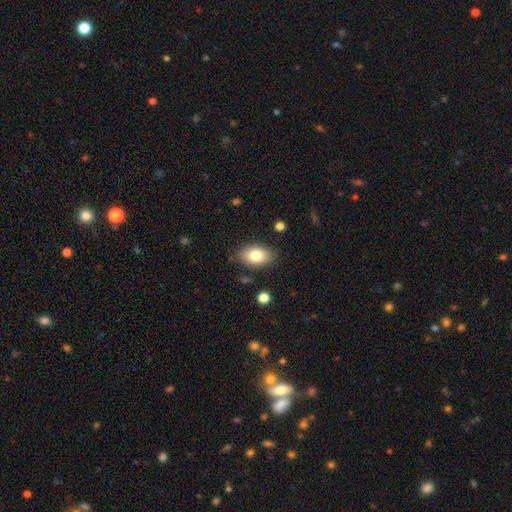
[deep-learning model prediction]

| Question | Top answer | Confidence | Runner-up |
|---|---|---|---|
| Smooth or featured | smooth | 80% | featured or disk (12%) |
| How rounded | in between | 89% | round (9%) |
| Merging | none | 84% | minor disturbance (11%) |